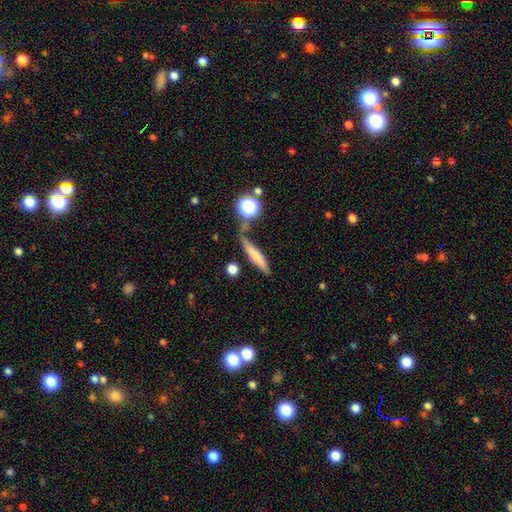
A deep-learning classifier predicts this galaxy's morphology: The model was most divided on "smooth or featured": smooth: 62%, featured or disk: 29%, star or artifact: 9%. More confident: how rounded — cigar-shaped (82%); merging — none (60%).